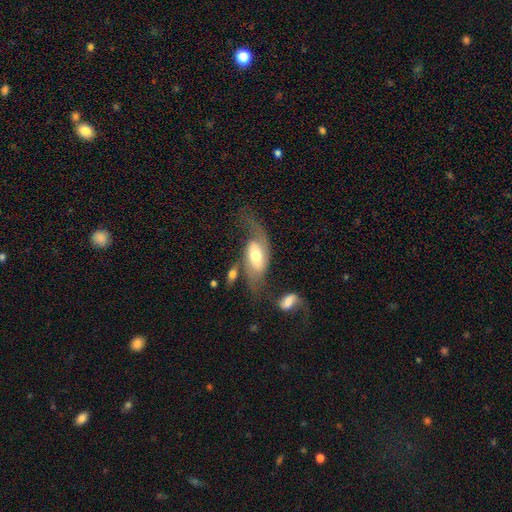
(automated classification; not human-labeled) A featured or disk galaxy (64%) with a weak bar (39%, tied with no), spiral arms (84%) and a moderate central bulge (63%).

Vote fractions:
- Smooth or featured? featured or disk: 64% / smooth: 30% / star or artifact: 6%
- Edge-on disk? no: 91% / yes: 9%
- Bar? weak: 39% (tied) / no: 39% (tied) / strong: 22%
- Spiral arms? yes: 84% / no: 16%
- Bulge size? moderate: 63% / large: 21% / small: 12% / dominant: 2% / none: 2%
- Merging? none: 36% / major disturbance: 26% / minor disturbance: 19% / merger: 19%